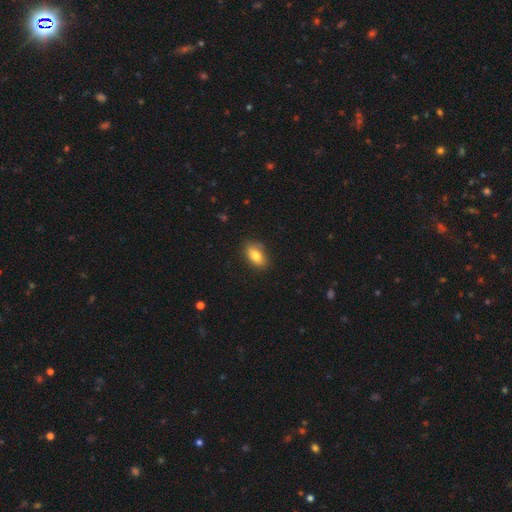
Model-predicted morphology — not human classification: smooth 80%, featured or disk 12%, star or artifact 8%. Down the decision tree: how rounded — in between (88%); merging — none (79%).